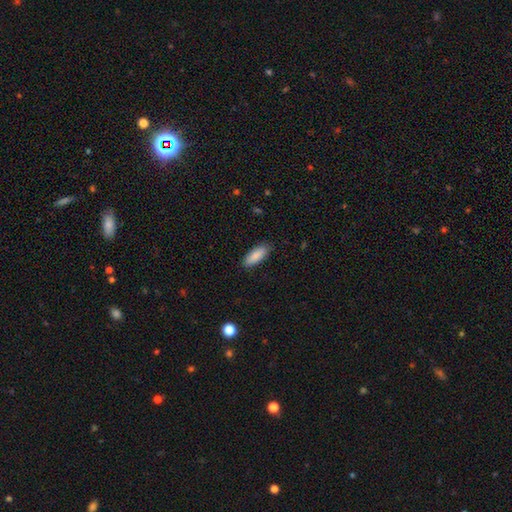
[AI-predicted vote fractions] smooth 89%, star or artifact 6%, featured or disk 5%. Down the decision tree: how rounded — in between (71%); merging — none (87%).